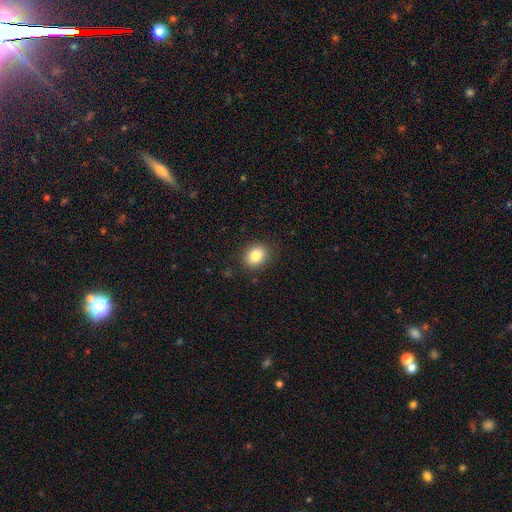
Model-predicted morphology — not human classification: A smooth galaxy with no disk features (84%) that is round (54%).

Vote fractions:
- Smooth or featured? smooth: 84% / star or artifact: 10% / featured or disk: 6%
- How rounded? round: 54% / in between: 45% / cigar-shaped: 1%
- Merging? none: 87% / minor disturbance: 9% / major disturbance: 3% / merger: 1%